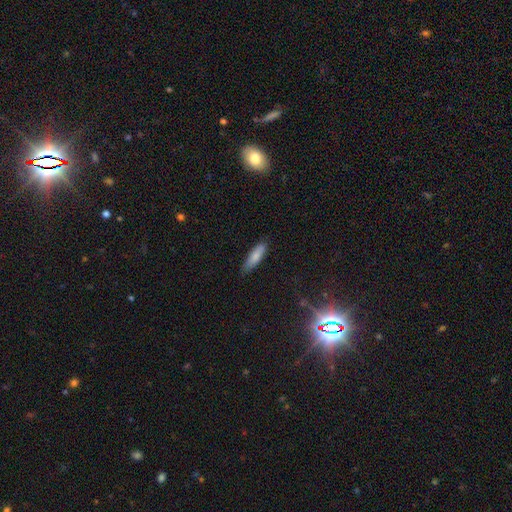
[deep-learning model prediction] Morphology: type=smooth (82%); roundness=cigar-shaped (59%); merging=none (78%).